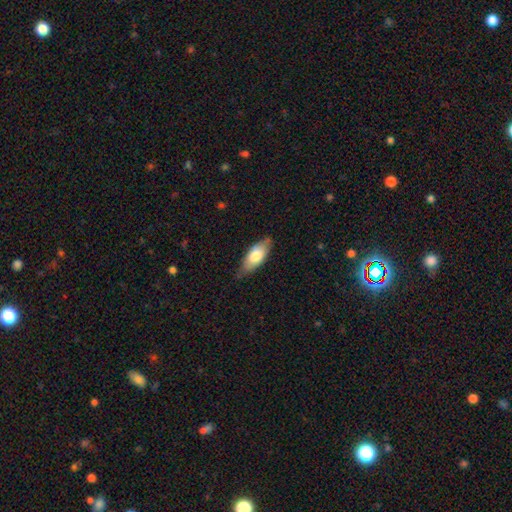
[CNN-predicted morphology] type=smooth (72%); roundness=in between (79%); merging=none (73%).